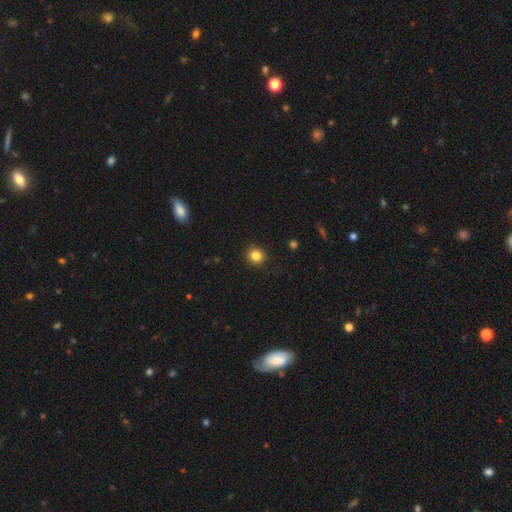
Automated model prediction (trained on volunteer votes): smooth 84%, star or artifact 11%, featured or disk 5%. Down the decision tree: how rounded — round (91%); merging — none (92%).